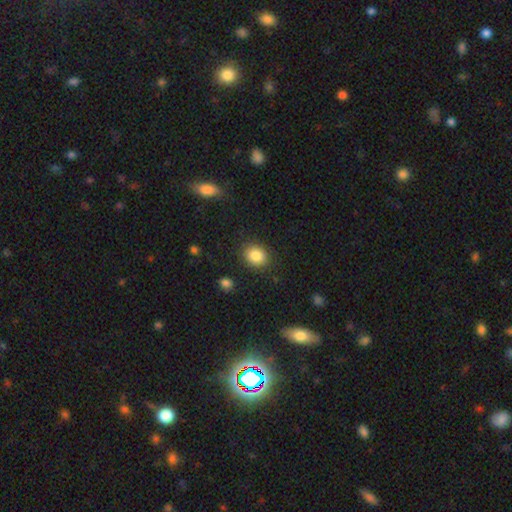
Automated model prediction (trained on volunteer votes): Smooth or featured: smooth — 86% (star or artifact — 9%)
How rounded: round — 61% (in between — 38%)
Merging: none — 87% (minor disturbance — 9%)